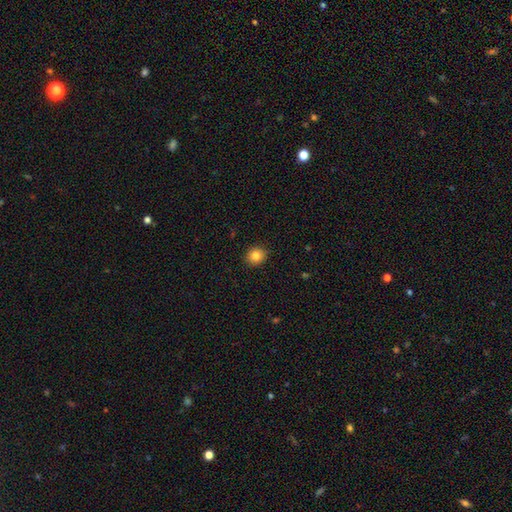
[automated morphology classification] smooth 83%, star or artifact 10%, featured or disk 7%. Down the decision tree: how rounded — round (80%); merging — none (91%).